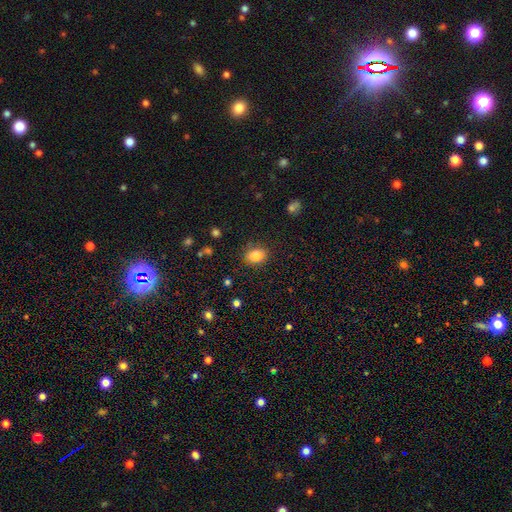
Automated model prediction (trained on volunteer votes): Smooth or featured?
  - smooth: 84% *
  - star or artifact: 10%
  - featured or disk: 7%
How rounded?
  - in between: 63% *
  - round: 36%
  - cigar-shaped: 1%
Merging?
  - none: 86% *
  - minor disturbance: 10%
  - major disturbance: 3%
  - merger: 2%